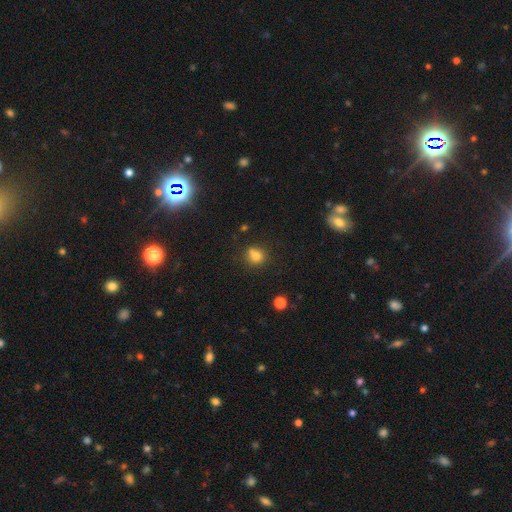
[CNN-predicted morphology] smooth-or-featured: smooth: 76% | star or artifact: 14% | featured or disk: 10%
  how-rounded: round: 83% | in between: 16% | cigar-shaped: 1%
  merging: none: 58% | merger: 24% | minor disturbance: 14% | major disturbance: 5%